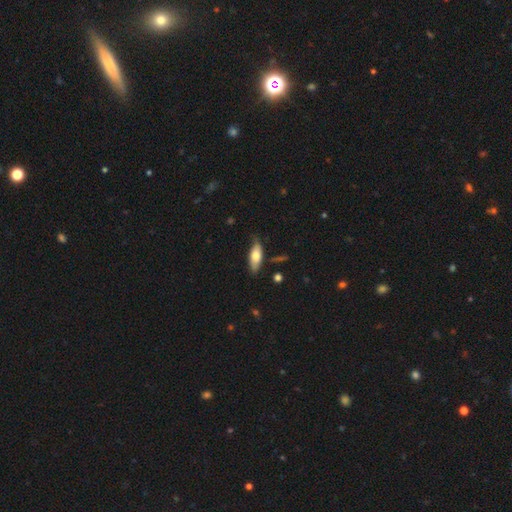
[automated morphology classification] Q: Smooth or featured?
A: smooth (70%); runner-up: featured or disk (24%)
Q: How rounded?
A: in between (75%); runner-up: cigar-shaped (23%)
Q: Merging?
A: none (69%); runner-up: minor disturbance (24%)